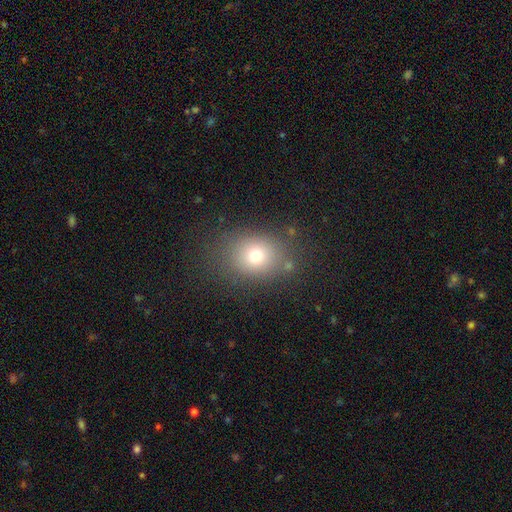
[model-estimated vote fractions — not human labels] Smooth or featured: smooth — 71% (star or artifact — 17%)
How rounded: round — 58% (in between — 41%)
Merging: none — 78% (minor disturbance — 12%)